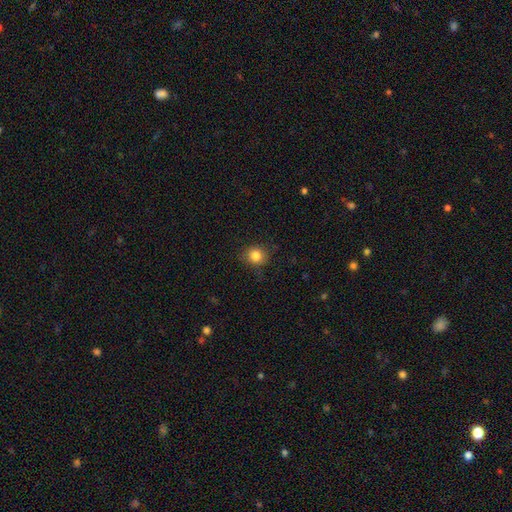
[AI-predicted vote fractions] Morphology: type=smooth (82%); roundness=round (82%); merging=none (83%).